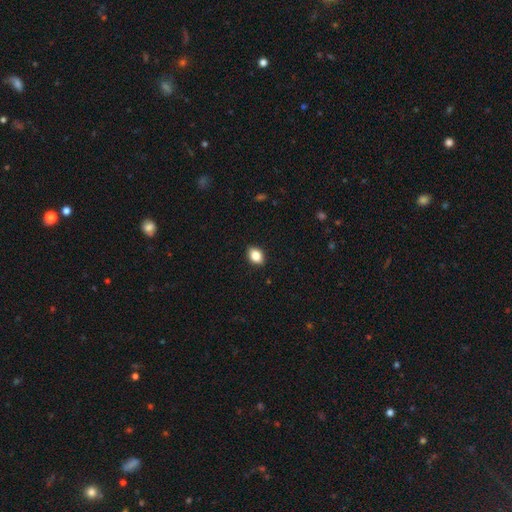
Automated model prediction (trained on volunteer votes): This is clearly a smooth galaxy (82%). How rounded: likely in between (75%). Merging: clearly none (88%).